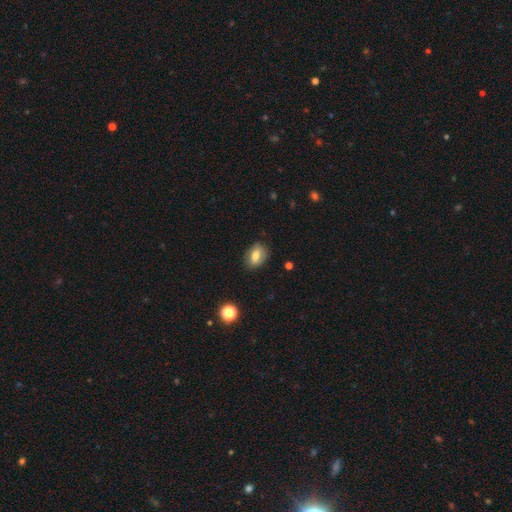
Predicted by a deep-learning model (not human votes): Overall: smooth (70%). How rounded: in between (80%). Merging: none (82%).